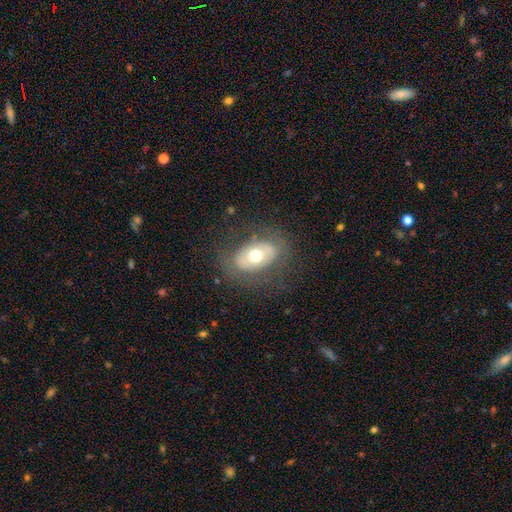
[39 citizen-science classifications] smooth_or_featured: smooth (p=0.51) [alt: featured or disk p=0.44]
how_rounded: in between (p=0.85) [alt: round p=0.15]
merging: none (p=0.65) [alt: minor disturbance p=0.22]